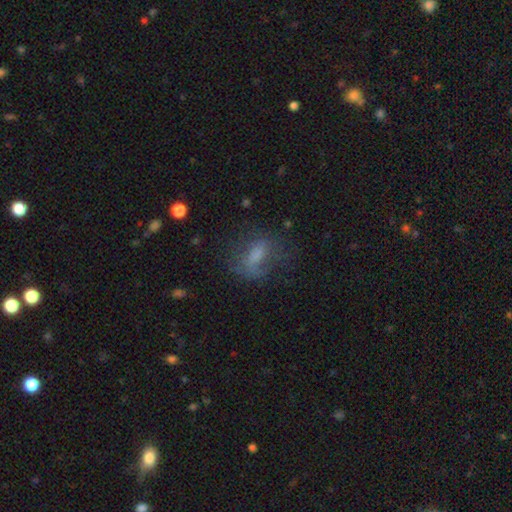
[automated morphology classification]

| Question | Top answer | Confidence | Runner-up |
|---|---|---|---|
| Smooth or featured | smooth | 55% | featured or disk (31%) |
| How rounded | in between | 75% | round (15%) |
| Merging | none | 45% | major disturbance (28%) |